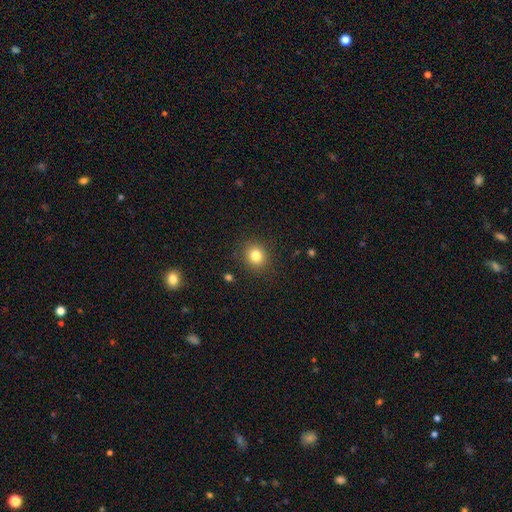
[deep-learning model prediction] A smooth galaxy with no disk features (81%) that is round (80%). Merging: none (88%).